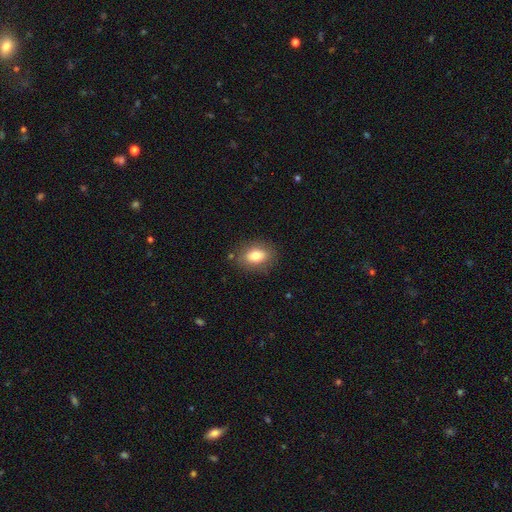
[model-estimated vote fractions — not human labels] A smooth galaxy with no disk features (80%) that is in between round and cigar-shaped (76%).

Vote fractions:
- Smooth or featured? smooth: 80% / featured or disk: 11% / star or artifact: 9%
- How rounded? in between: 76% / round: 22% / cigar-shaped: 2%
- Merging? none: 84% / minor disturbance: 12% / major disturbance: 3% / merger: 2%